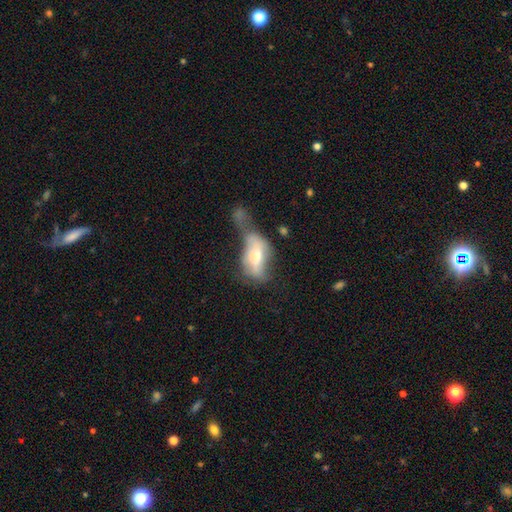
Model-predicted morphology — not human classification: Smooth or featured? Predicted: smooth (p=0.54). How rounded? Predicted: in between (p=0.85). Merging? Predicted: merger (p=0.34, tied with major disturbance).